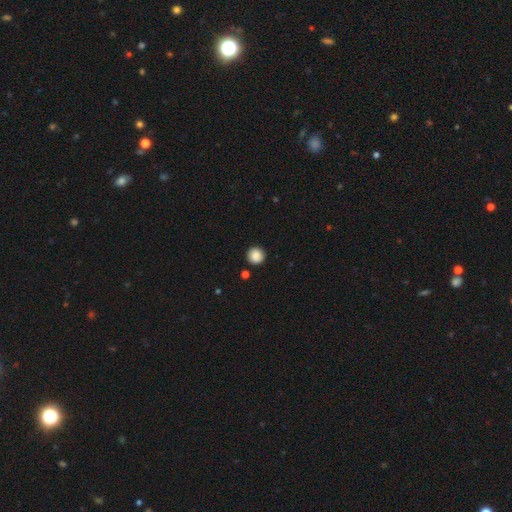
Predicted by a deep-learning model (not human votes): smooth 88%, star or artifact 9%, featured or disk 3%. Down the decision tree: how rounded — round (95%); merging — none (91%).